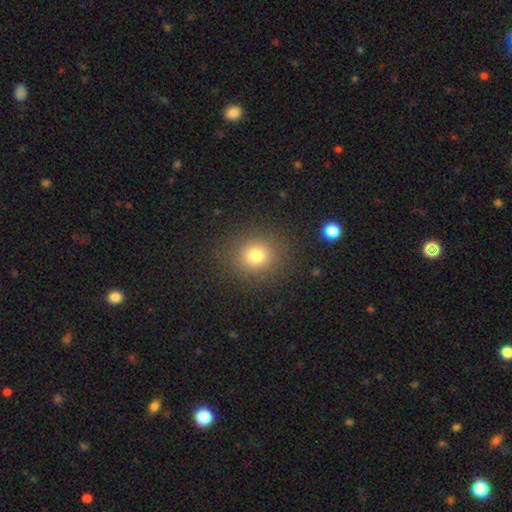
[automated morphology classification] Q: Smooth or featured?
A: smooth (77%); runner-up: star or artifact (15%)
Q: How rounded?
A: round (81%); runner-up: in between (18%)
Q: Merging?
A: none (87%); runner-up: minor disturbance (8%)